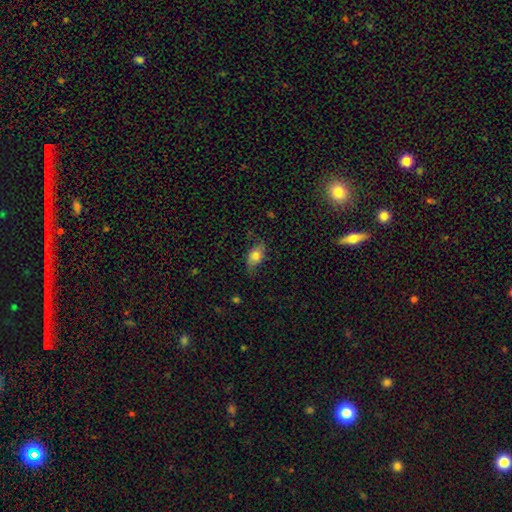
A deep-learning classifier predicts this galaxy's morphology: The model was most divided on "merging": none: 65%, minor disturbance: 26%, major disturbance: 8%, merger: 1%. More confident: how rounded — in between (88%); smooth or featured — smooth (70%).